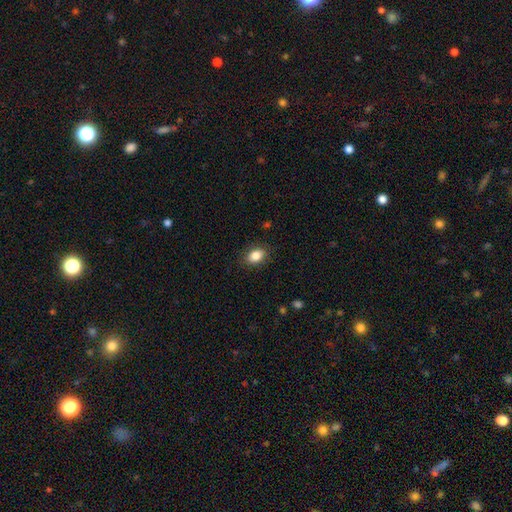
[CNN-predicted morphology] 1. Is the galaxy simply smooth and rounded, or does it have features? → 86% smooth, 8% star or artifact, 6% featured or disk.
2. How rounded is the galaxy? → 81% in between, 18% round, 1% cigar-shaped.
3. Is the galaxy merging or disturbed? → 86% none, 10% minor disturbance, 3% major disturbance, 1% merger.